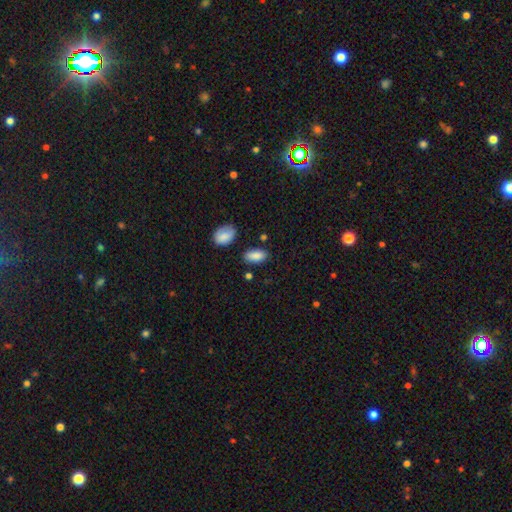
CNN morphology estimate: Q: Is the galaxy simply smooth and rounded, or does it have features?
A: smooth — 88%.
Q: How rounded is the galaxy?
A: in between — 91%.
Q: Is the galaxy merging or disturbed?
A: none — 81%.